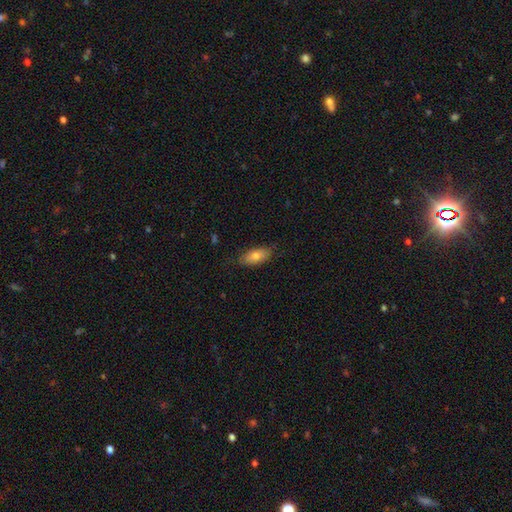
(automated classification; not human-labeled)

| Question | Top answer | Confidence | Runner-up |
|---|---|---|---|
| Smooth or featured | smooth | 75% | featured or disk (18%) |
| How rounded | in between | 86% | cigar-shaped (11%) |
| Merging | none | 80% | minor disturbance (16%) |